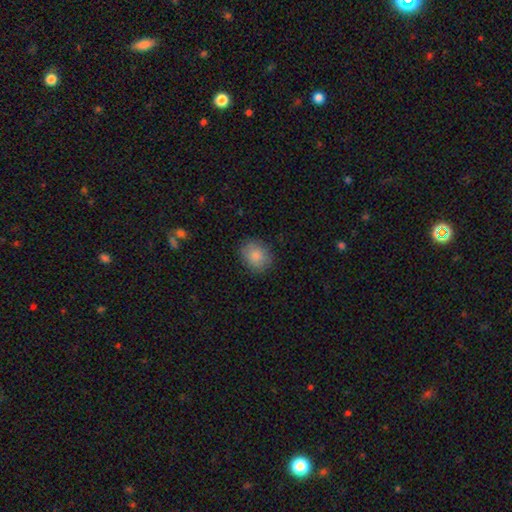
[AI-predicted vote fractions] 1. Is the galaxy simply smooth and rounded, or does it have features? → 86% smooth, 8% star or artifact, 6% featured or disk.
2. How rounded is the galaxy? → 63% round, 36% in between, 1% cigar-shaped.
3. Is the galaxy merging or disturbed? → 87% none, 10% minor disturbance, 3% major disturbance, 1% merger.